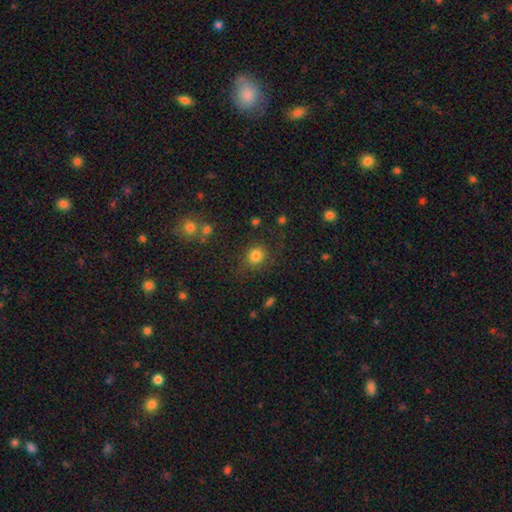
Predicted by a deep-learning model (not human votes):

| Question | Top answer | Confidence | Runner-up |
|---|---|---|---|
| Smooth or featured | smooth | 81% | star or artifact (13%) |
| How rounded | round | 83% | in between (16%) |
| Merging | none | 79% | minor disturbance (12%) |